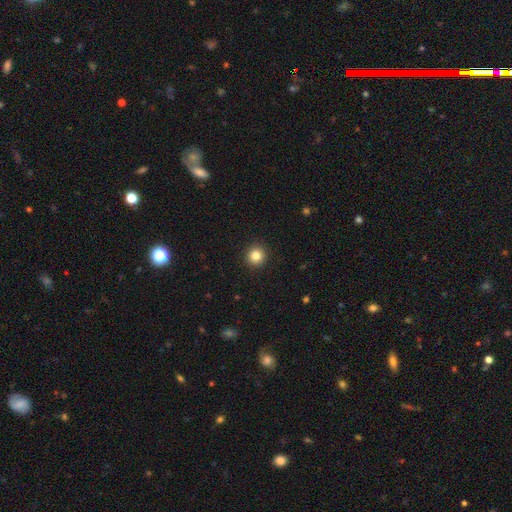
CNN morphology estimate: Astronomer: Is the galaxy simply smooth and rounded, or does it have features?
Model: smooth — 83%.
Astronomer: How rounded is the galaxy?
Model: round — 94%.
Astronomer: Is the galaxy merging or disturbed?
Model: none — 93%.